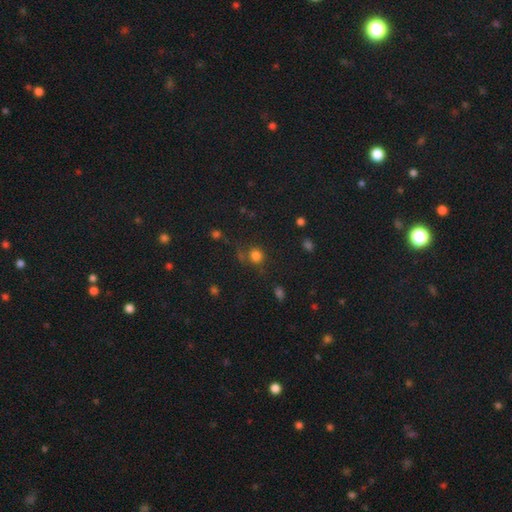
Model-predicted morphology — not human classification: smooth 76%, star or artifact 18%, featured or disk 6%. Down the decision tree: how rounded — round (86%); merging — none (68%).